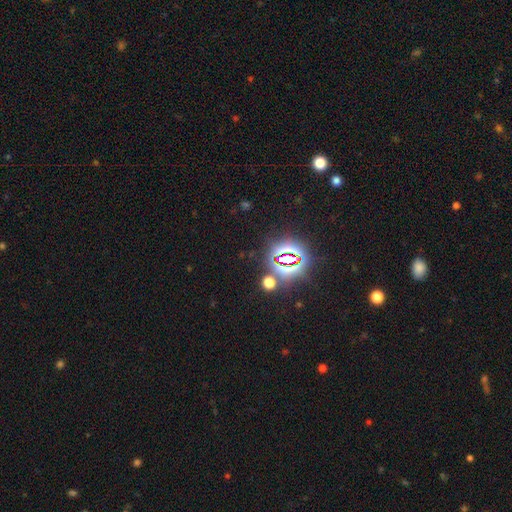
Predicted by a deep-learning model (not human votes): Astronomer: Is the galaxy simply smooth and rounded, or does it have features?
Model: star or artifact — 82%.